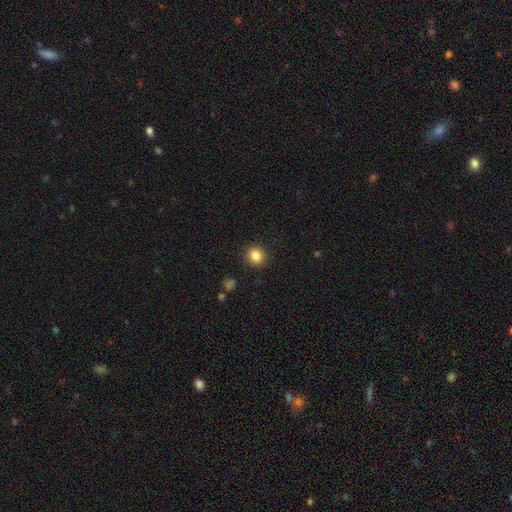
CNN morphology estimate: type=smooth (84%); roundness=round (92%); merging=none (91%).